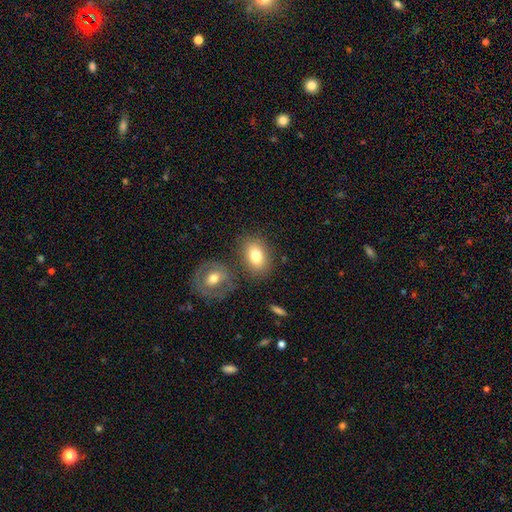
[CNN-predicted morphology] type=smooth (77%); roundness=in between (73%); merging=none (72%).